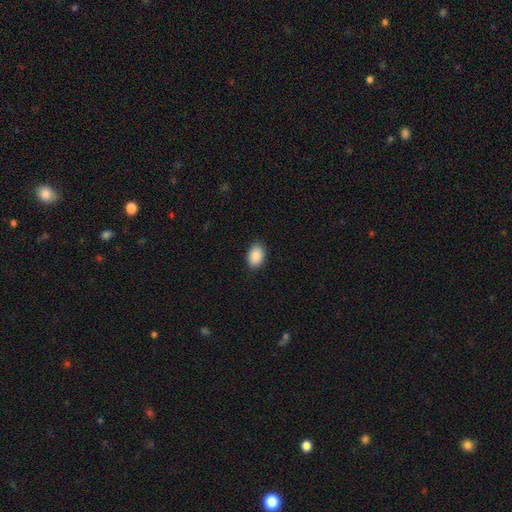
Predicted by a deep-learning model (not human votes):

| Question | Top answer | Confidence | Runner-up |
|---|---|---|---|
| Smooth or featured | smooth | 91% | star or artifact (7%) |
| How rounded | in between | 88% | round (11%) |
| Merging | none | 89% | minor disturbance (8%) |